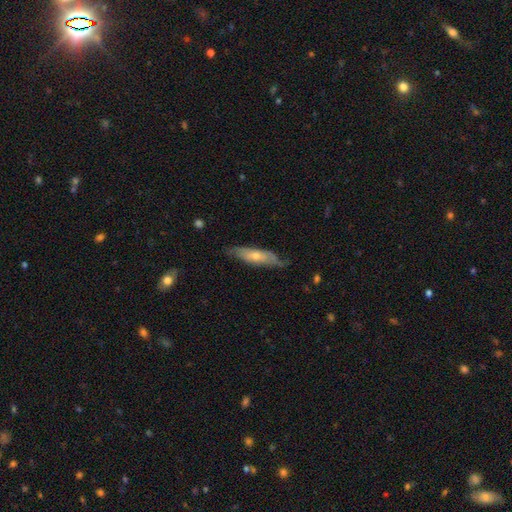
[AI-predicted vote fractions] This appears to be a featured or disk galaxy (54%) viewed edge-on (52%). Merging: none (72%).